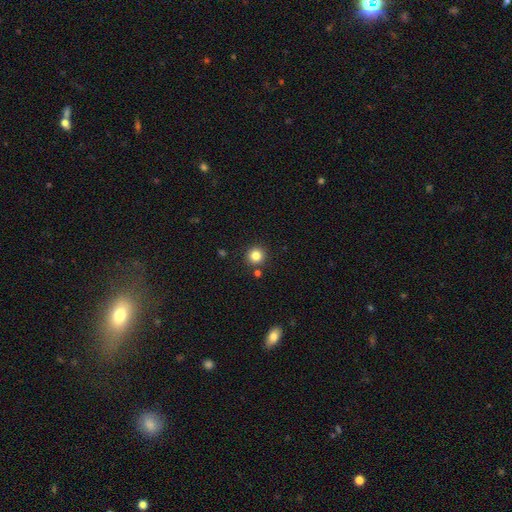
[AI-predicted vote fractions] A smooth galaxy with no disk features (83%) that is round (94%).

Vote fractions:
- Smooth or featured? smooth: 83% / star or artifact: 12% / featured or disk: 5%
- How rounded? round: 94% / in between: 5% / cigar-shaped: 1%
- Merging? none: 88% / minor disturbance: 6% / merger: 4% / major disturbance: 2%